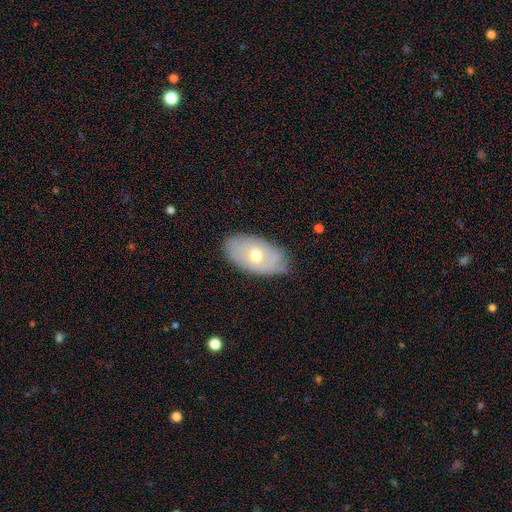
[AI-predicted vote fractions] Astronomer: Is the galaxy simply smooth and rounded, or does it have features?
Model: smooth — 52% (runner-up: featured or disk, 40%).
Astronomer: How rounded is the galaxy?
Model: in between — 92%.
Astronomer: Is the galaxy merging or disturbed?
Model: none — 74%.